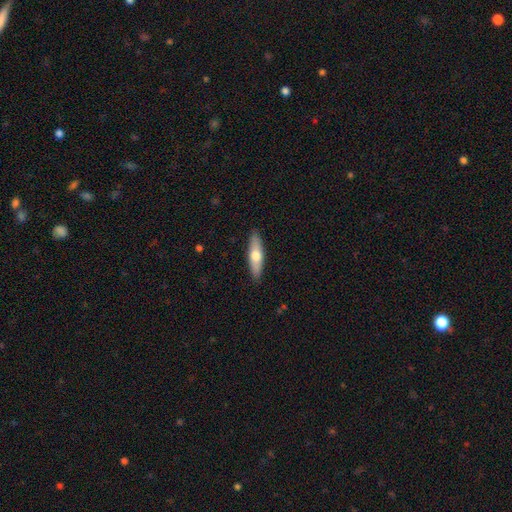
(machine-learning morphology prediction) smooth 59%, featured or disk 36%, star or artifact 5%. Down the decision tree: how rounded — cigar-shaped (63%); merging — none (89%).